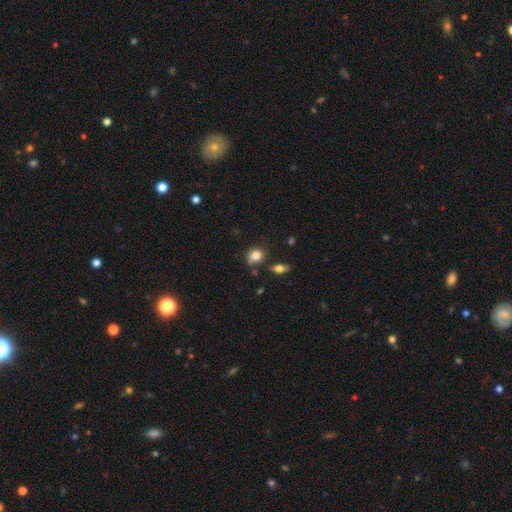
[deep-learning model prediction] Morphology: type=smooth (83%); roundness=round (64%); merging=none (66%).